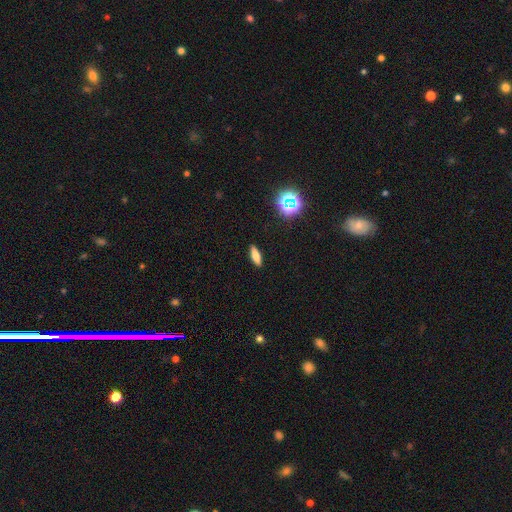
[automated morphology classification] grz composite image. It shows a smooth galaxy with no disk features (70%) that is cigar-shaped (51%). Merging: none (89%).